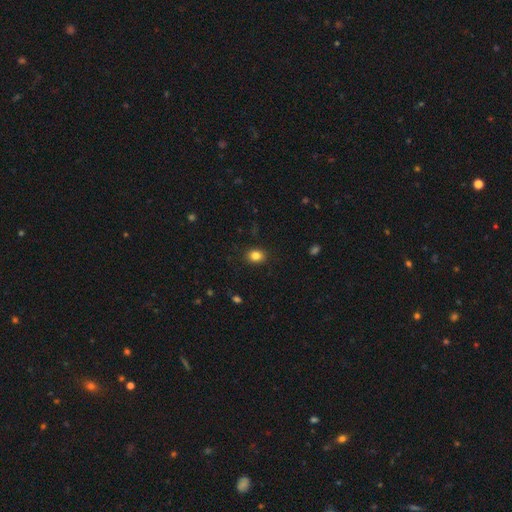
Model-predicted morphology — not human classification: Smooth or featured?
  - smooth: 84% *
  - star or artifact: 11%
  - featured or disk: 5%
How rounded?
  - in between: 51% *
  - round: 48%
  - cigar-shaped: 1%
Merging?
  - none: 89% *
  - minor disturbance: 8%
  - major disturbance: 2%
  - merger: 1%